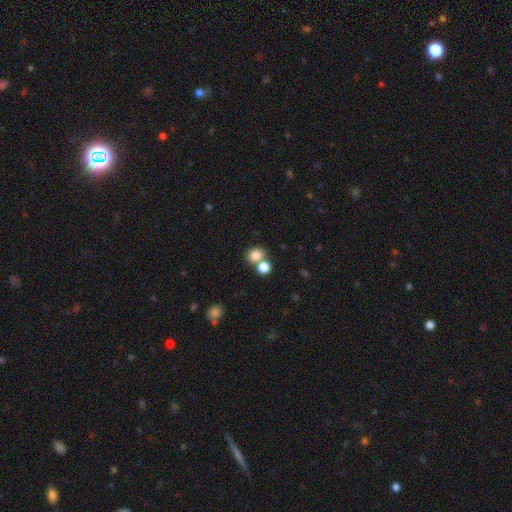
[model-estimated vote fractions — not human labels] smooth-or-featured: smooth: 81% | star or artifact: 12% | featured or disk: 7%
  how-rounded: round: 68% | in between: 31% | cigar-shaped: 1%
  merging: none: 52% | merger: 37% | minor disturbance: 8% | major disturbance: 3%